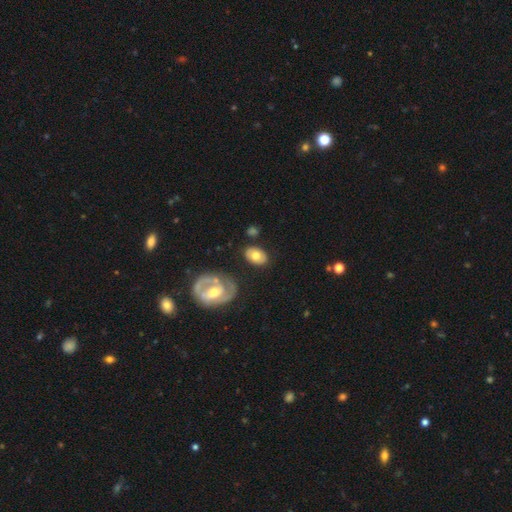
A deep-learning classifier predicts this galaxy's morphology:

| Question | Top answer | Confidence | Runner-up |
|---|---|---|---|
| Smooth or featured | smooth | 62% | featured or disk (32%) |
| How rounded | in between | 82% | round (17%) |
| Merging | none | 78% | minor disturbance (14%) |